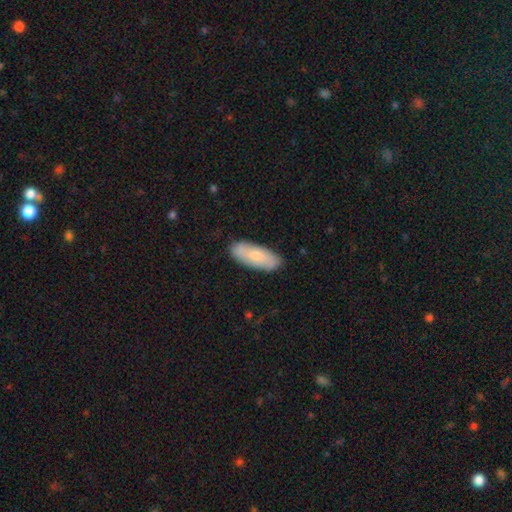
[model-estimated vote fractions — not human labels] Smooth or featured? smooth (73%)
How rounded? in between (73%)
Merging? none (85%)